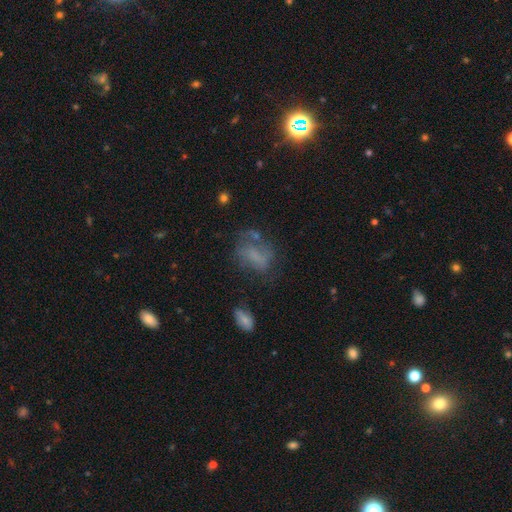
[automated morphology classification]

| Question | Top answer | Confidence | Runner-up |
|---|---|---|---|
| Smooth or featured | smooth | 43% | featured or disk (39%) |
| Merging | none | 43% | major disturbance (27%) |